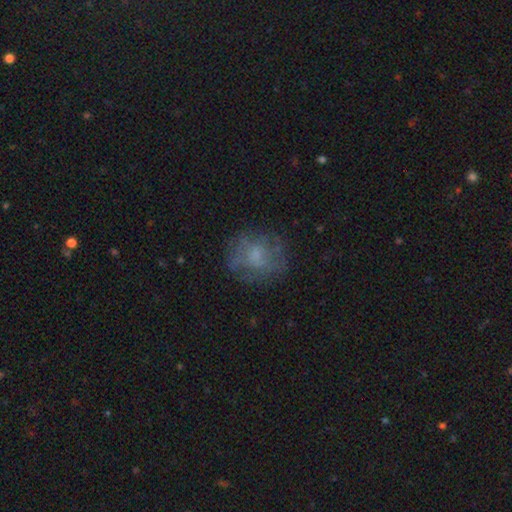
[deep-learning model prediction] This appears to be a smooth galaxy with no disk features (48%). Merging: none (69%).